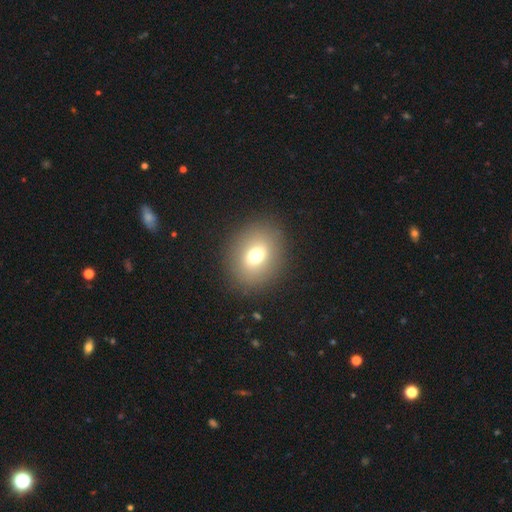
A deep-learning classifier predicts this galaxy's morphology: Smooth or featured? smooth (69%)
How rounded? round (62%)
Merging? none (87%)